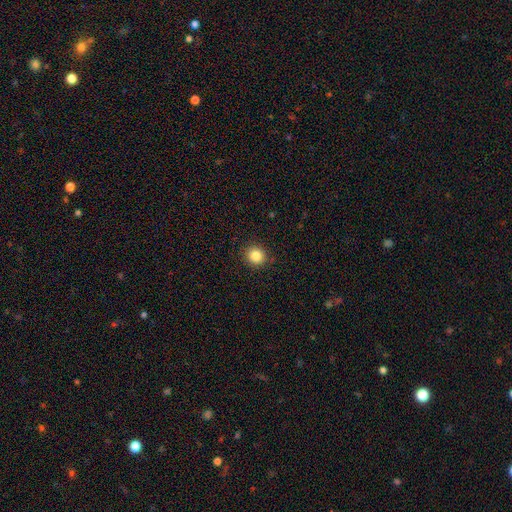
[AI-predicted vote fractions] Smooth or featured?
  - smooth: 85% *
  - star or artifact: 10%
  - featured or disk: 5%
How rounded?
  - round: 87% *
  - in between: 12%
  - cigar-shaped: 1%
Merging?
  - none: 91% *
  - minor disturbance: 6%
  - major disturbance: 2%
  - merger: 1%